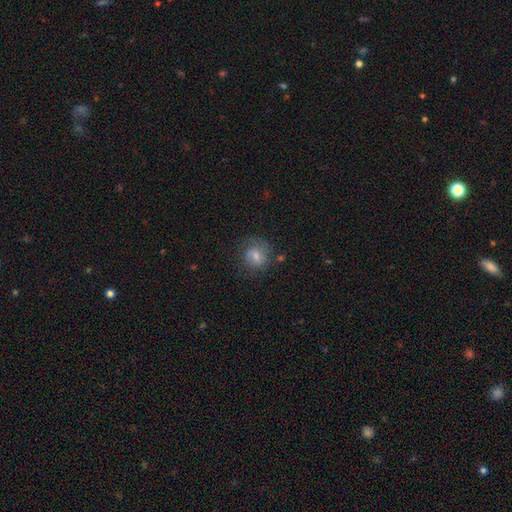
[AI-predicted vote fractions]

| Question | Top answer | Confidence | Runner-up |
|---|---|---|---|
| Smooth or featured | featured or disk | 44% | tied: smooth (44%) |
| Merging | none | 67% | minor disturbance (20%) |